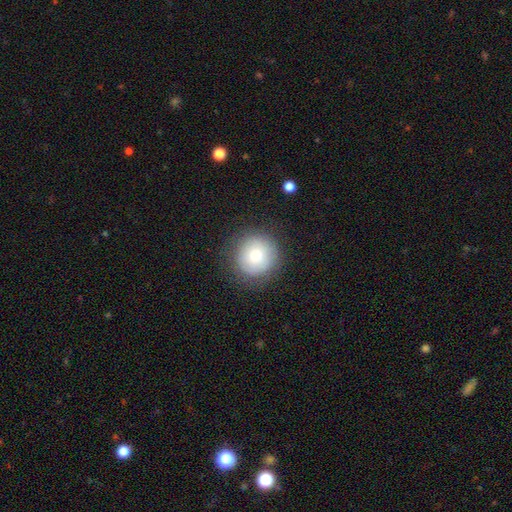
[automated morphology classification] Smooth or featured?
  - smooth: 73% *
  - featured or disk: 16%
  - star or artifact: 10%
How rounded?
  - round: 94% *
  - in between: 5%
  - cigar-shaped: 1%
Merging?
  - none: 85% *
  - minor disturbance: 10%
  - major disturbance: 4%
  - merger: 1%